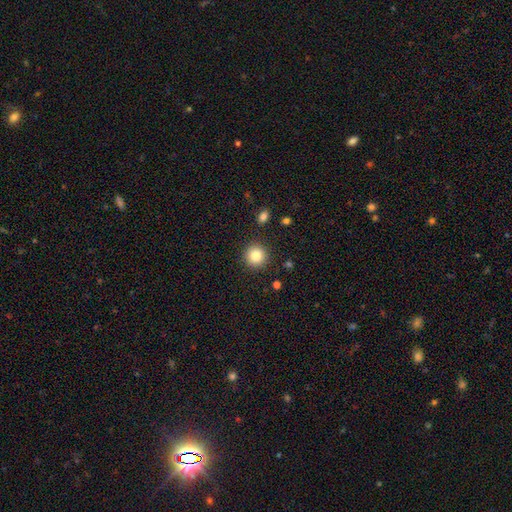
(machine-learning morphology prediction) A smooth galaxy with no disk features (84%) that is round (94%). Merging: none (90%).